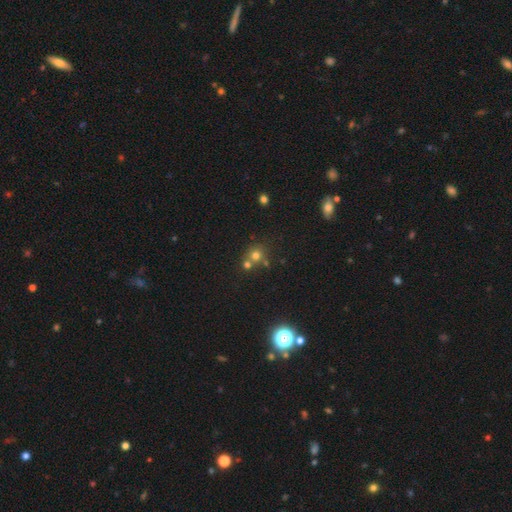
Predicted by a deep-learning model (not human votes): A smooth galaxy with no disk features (68%) that is round (85%).

Vote fractions:
- Smooth or featured? smooth: 68% / star or artifact: 20% / featured or disk: 12%
- How rounded? round: 85% / in between: 14% / cigar-shaped: 1%
- Merging? none: 51% / merger: 38% / minor disturbance: 8% / major disturbance: 3%